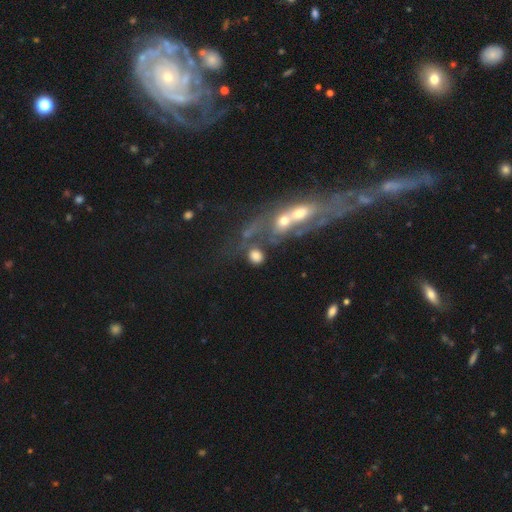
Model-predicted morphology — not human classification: smooth-or-featured: smooth: 71% | featured or disk: 17% | star or artifact: 13%
  how-rounded: round: 64% | in between: 33% | cigar-shaped: 3%
  merging: none: 39% | merger: 36% | major disturbance: 13% | minor disturbance: 12%